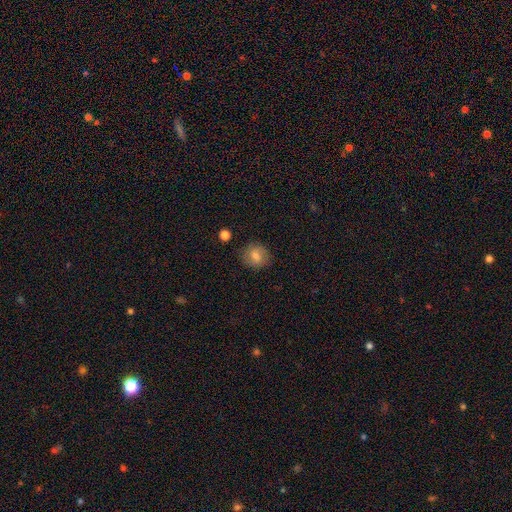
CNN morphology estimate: smooth_or_featured: smooth (p=0.74) [alt: featured or disk p=0.16]
how_rounded: round (p=0.77) [alt: in between p=0.22]
merging: none (p=0.83) [alt: minor disturbance p=0.12]